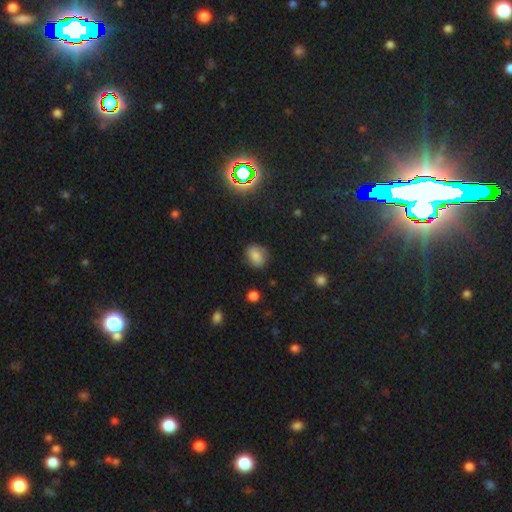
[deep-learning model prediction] smooth-or-featured: smooth: 77% | star or artifact: 13% | featured or disk: 10%
  how-rounded: round: 51% | in between: 48% | cigar-shaped: 1%
  merging: none: 78% | minor disturbance: 16% | major disturbance: 4% | merger: 2%